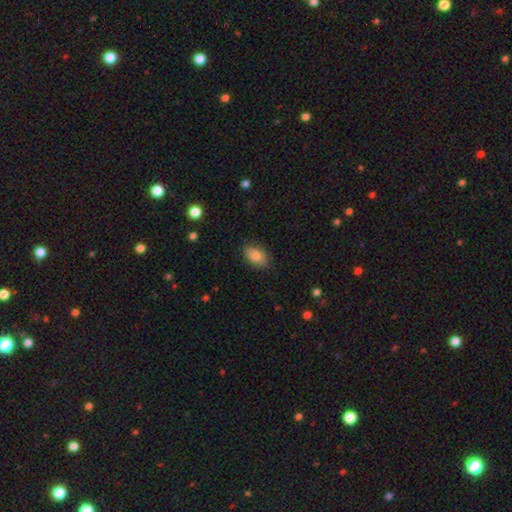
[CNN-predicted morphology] The model was most divided on "merging": none: 83%, minor disturbance: 13%, major disturbance: 3%, merger: 1%. More confident: how rounded — in between (88%); smooth or featured — smooth (85%).